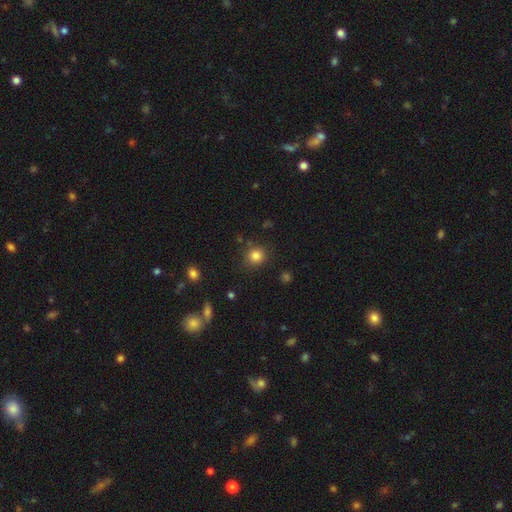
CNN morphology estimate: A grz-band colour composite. It shows a smooth galaxy with no disk features (83%) that is round (88%). Merging: none (85%).